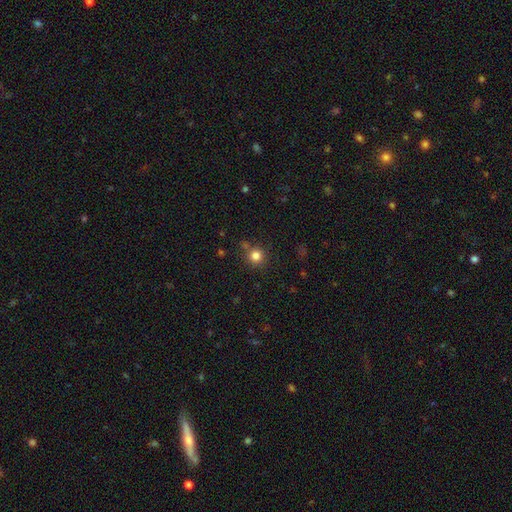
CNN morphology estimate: Smooth or featured?
  - smooth: 81% *
  - star or artifact: 13%
  - featured or disk: 6%
How rounded?
  - round: 94% *
  - in between: 5%
  - cigar-shaped: 1%
Merging?
  - none: 81% *
  - minor disturbance: 9%
  - merger: 7%
  - major disturbance: 3%